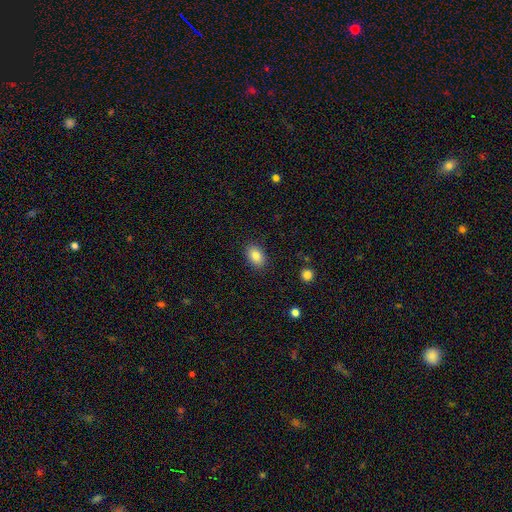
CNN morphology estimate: Smooth or featured?
  - smooth: 84% *
  - star or artifact: 9%
  - featured or disk: 8%
How rounded?
  - in between: 84% *
  - round: 15%
  - cigar-shaped: 1%
Merging?
  - none: 88% *
  - minor disturbance: 9%
  - major disturbance: 2%
  - merger: 1%